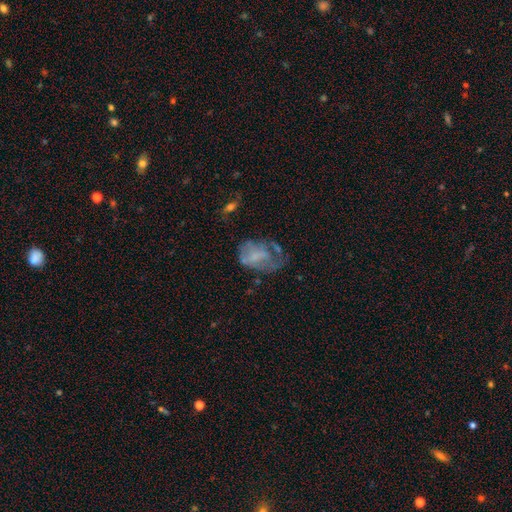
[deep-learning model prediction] A smooth galaxy with no disk features (45%, tied with featured or disk).

Vote fractions:
- Smooth or featured? smooth: 45% (tied) / featured or disk: 45% (tied) / star or artifact: 11%
- Merging? major disturbance: 42% / none: 27% / minor disturbance: 25% / merger: 5%